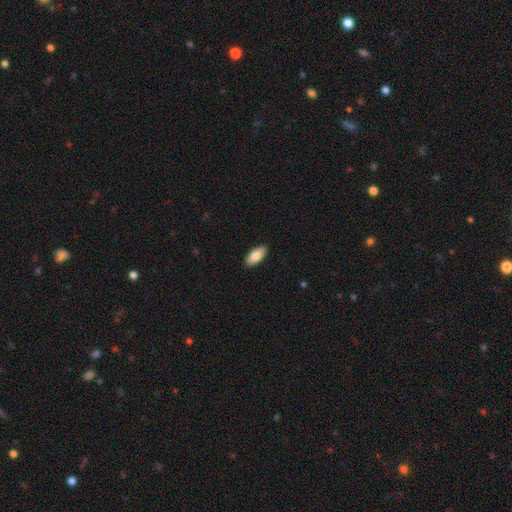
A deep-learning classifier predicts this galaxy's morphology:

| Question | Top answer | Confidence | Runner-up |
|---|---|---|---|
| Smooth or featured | smooth | 83% | featured or disk (11%) |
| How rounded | in between | 90% | cigar-shaped (8%) |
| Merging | none | 90% | minor disturbance (7%) |